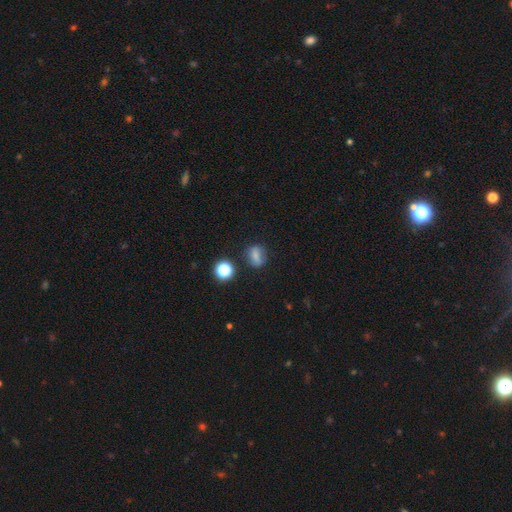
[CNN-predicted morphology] The model was most divided on "how rounded": in between: 50%, round: 46%, cigar-shaped: 4%. More confident: merging — none (72%); smooth or featured — smooth (71%).